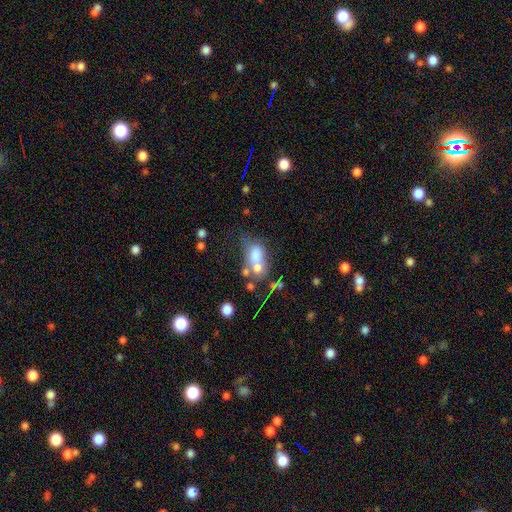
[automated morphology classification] A smooth galaxy with no disk features (64%) that is in between round and cigar-shaped (66%).

Vote fractions:
- Smooth or featured? smooth: 64% / featured or disk: 23% / star or artifact: 12%
- How rounded? in between: 66% / round: 32% / cigar-shaped: 3%
- Merging? merger: 54% / none: 24% / minor disturbance: 11% / major disturbance: 11%